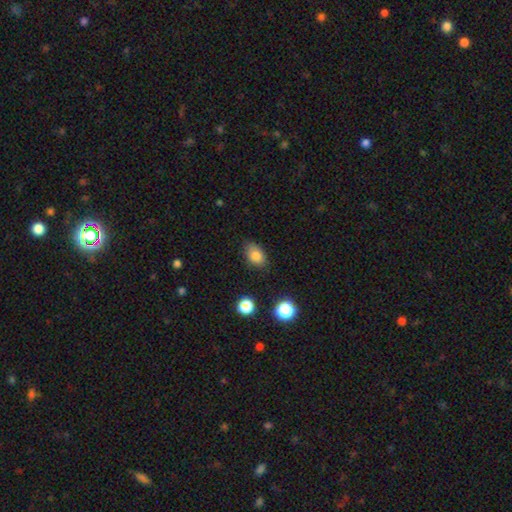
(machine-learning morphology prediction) smooth-or-featured: smooth: 81% | star or artifact: 11% | featured or disk: 9%
  how-rounded: in between: 79% | round: 20% | cigar-shaped: 1%
  merging: none: 77% | minor disturbance: 18% | major disturbance: 3% | merger: 2%